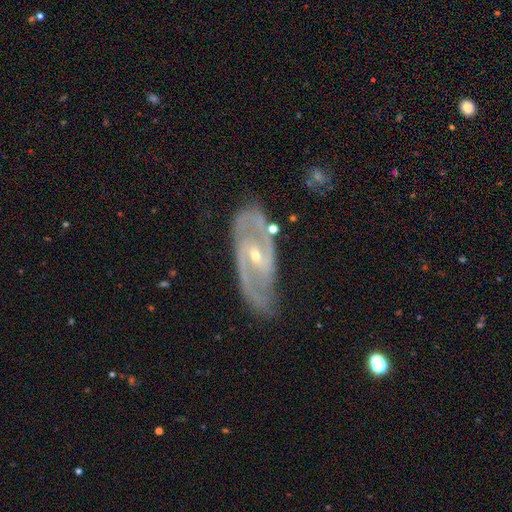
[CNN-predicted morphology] This is clearly a featured or disk galaxy (89%). It is clearly not viewed edge-on (95%). Bar: marginally weak (43%). Spiral arm pattern: clearly yes (96%). Spiral arm count: clearly 2 (87%). Spiral winding: possibly medium (54%). Central bulge: likely small (64%). Merging: likely none (73%).